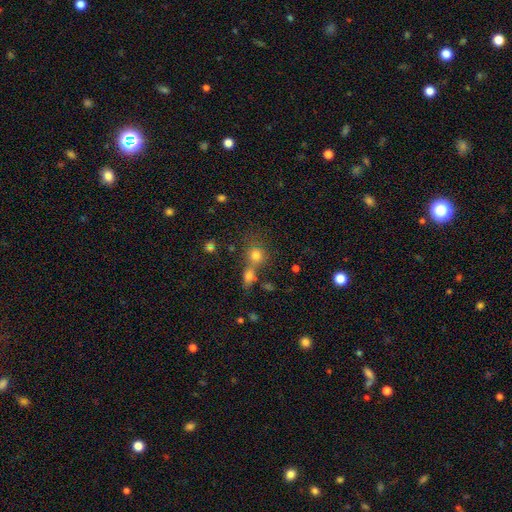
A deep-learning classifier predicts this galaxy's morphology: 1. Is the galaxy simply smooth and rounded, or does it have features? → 73% smooth, 17% star or artifact, 10% featured or disk.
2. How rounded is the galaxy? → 81% round, 17% in between, 2% cigar-shaped.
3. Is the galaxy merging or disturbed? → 50% none, 37% merger, 9% minor disturbance, 4% major disturbance.